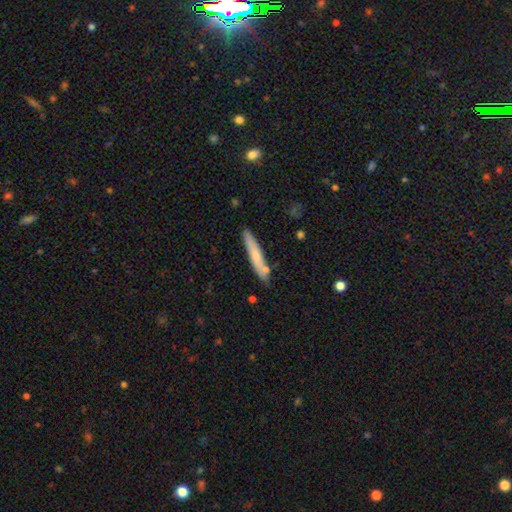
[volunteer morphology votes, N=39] Volunteers were most divided on "smooth or featured": smooth: 77%, featured or disk: 18%, star or artifact: 5%. More confident: how rounded — cigar-shaped (97%); merging — none (76%).